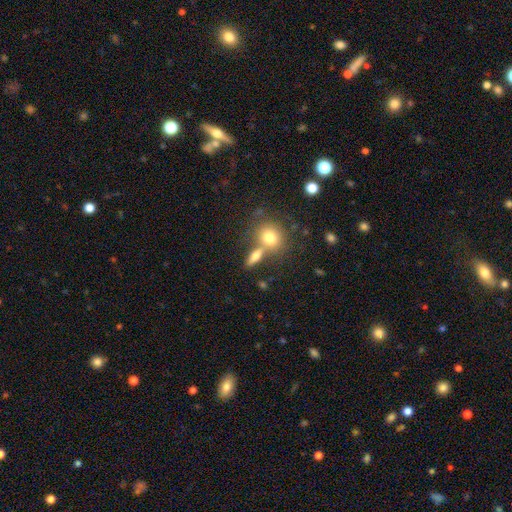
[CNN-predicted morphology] This appears to be a smooth galaxy with no disk features (70%) that is in between round and cigar-shaped (50%). Merging: none (53%).